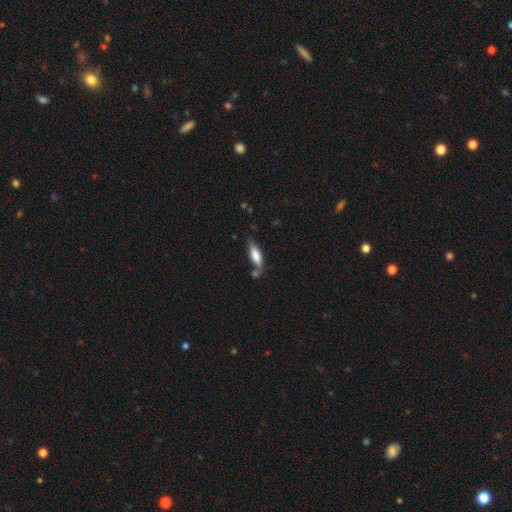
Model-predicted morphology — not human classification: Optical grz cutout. It shows a smooth galaxy with no disk features (75%) that is in between round and cigar-shaped (53%). Merging: none (55%).